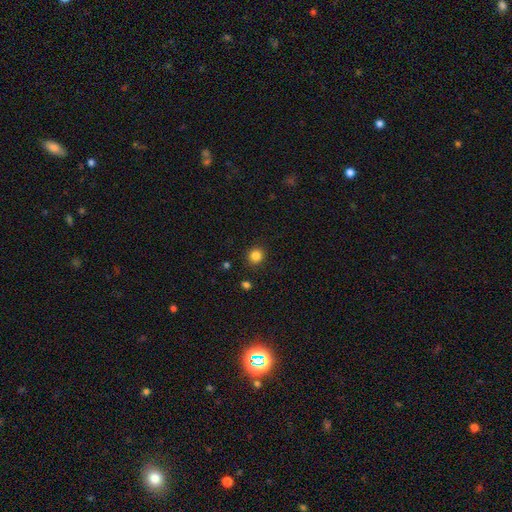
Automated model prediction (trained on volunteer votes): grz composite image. It shows a smooth galaxy with no disk features (84%) that is round (91%). Merging: none (91%).